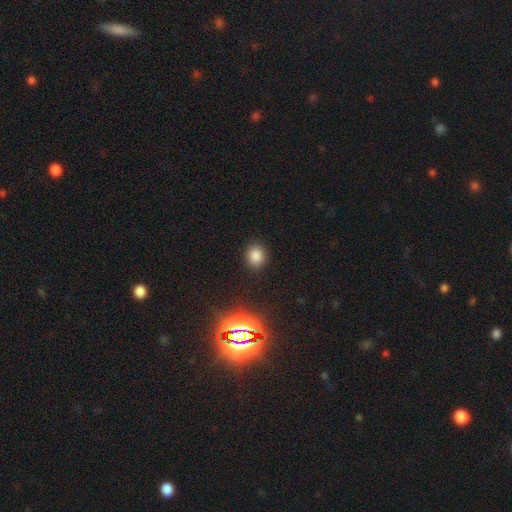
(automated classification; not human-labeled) smooth-or-featured: smooth: 81% | star or artifact: 15% | featured or disk: 5%
  how-rounded: round: 66% | in between: 33% | cigar-shaped: 1%
  merging: none: 89% | minor disturbance: 8% | major disturbance: 3% | merger: 1%